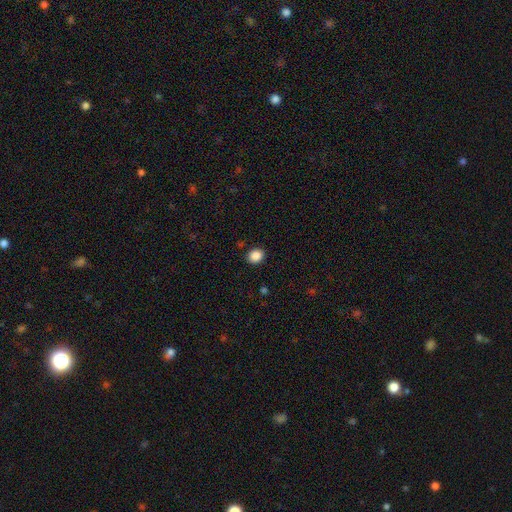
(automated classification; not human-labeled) smooth-or-featured: smooth: 87% | star or artifact: 10% | featured or disk: 3%
  how-rounded: round: 66% | in between: 33% | cigar-shaped: 1%
  merging: none: 89% | minor disturbance: 7% | major disturbance: 2% | merger: 1%